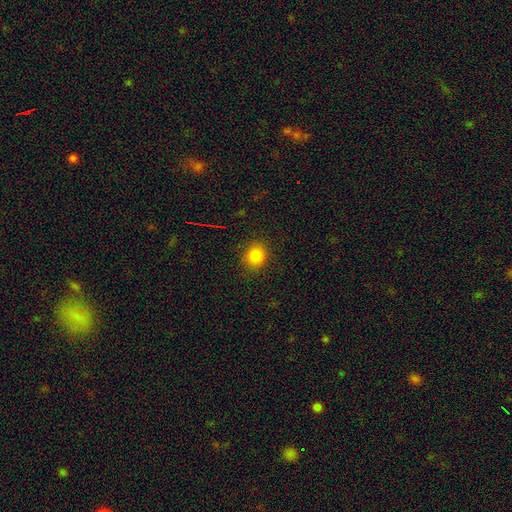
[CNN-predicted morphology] Smooth or featured: smooth — 83% (star or artifact — 12%)
How rounded: round — 71% (in between — 28%)
Merging: none — 88% (minor disturbance — 8%)